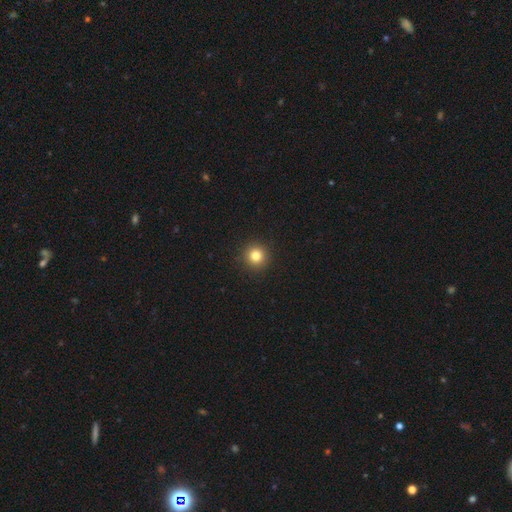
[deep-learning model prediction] Q: Smooth or featured?
A: smooth (82%); runner-up: star or artifact (13%)
Q: How rounded?
A: round (95%); runner-up: in between (4%)
Q: Merging?
A: none (93%); runner-up: minor disturbance (4%)